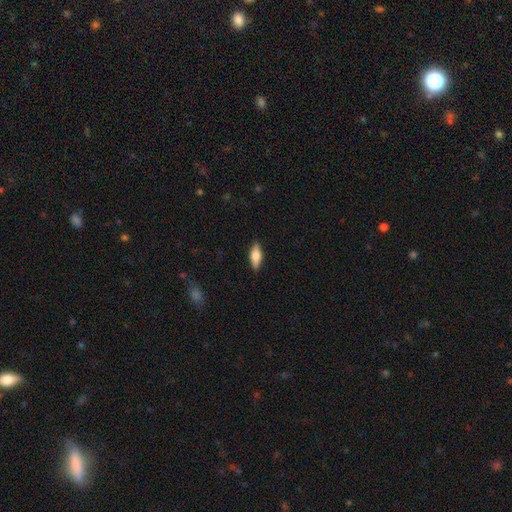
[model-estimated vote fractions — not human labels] Smooth or featured: smooth — 68% (featured or disk — 26%)
How rounded: in between — 69% (cigar-shaped — 28%)
Merging: none — 87% (minor disturbance — 10%)